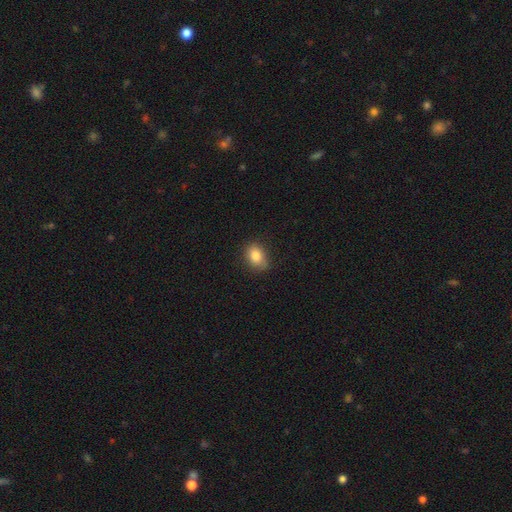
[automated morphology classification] Smooth or featured?
  - smooth: 84% *
  - star or artifact: 9%
  - featured or disk: 7%
How rounded?
  - in between: 65% *
  - round: 34%
  - cigar-shaped: 1%
Merging?
  - none: 76% *
  - minor disturbance: 19%
  - major disturbance: 4%
  - merger: 1%